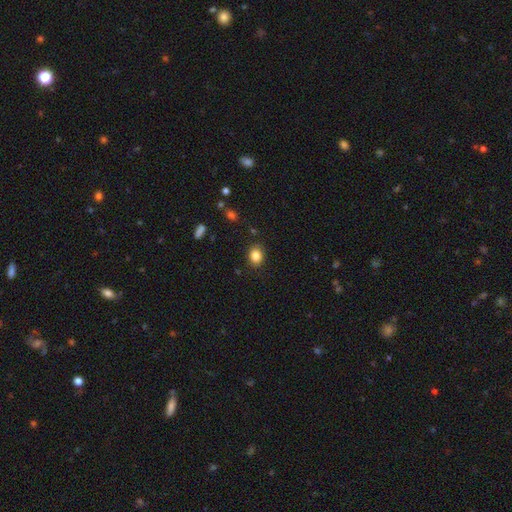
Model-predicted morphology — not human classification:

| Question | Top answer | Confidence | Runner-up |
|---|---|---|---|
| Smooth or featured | smooth | 85% | star or artifact (10%) |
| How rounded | round | 50% | in between (49%) |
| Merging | none | 86% | minor disturbance (10%) |